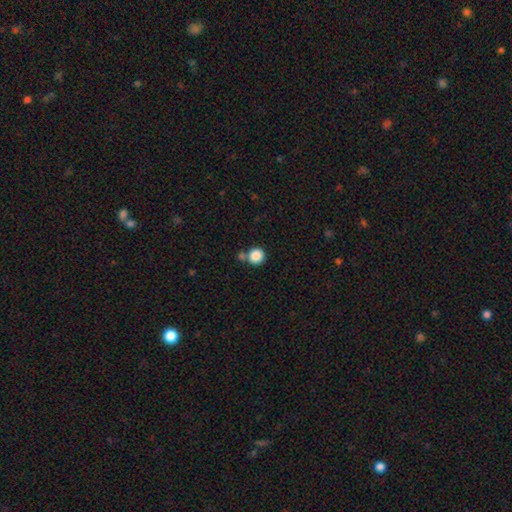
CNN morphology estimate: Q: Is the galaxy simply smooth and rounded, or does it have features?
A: smooth — 87%.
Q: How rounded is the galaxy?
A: round — 93%.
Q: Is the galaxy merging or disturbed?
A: none — 68%.